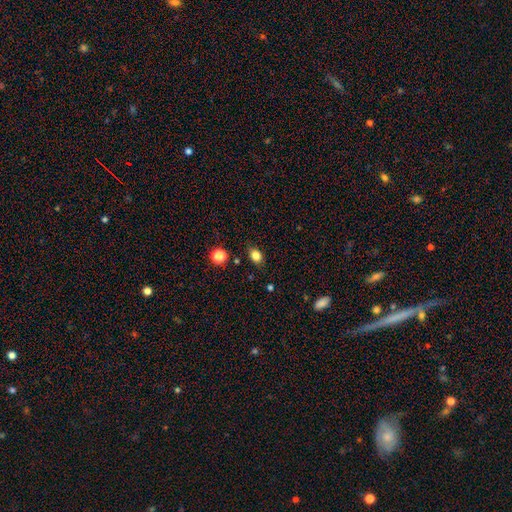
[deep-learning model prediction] Morphology: type=smooth (83%); roundness=in between (65%); merging=none (83%).